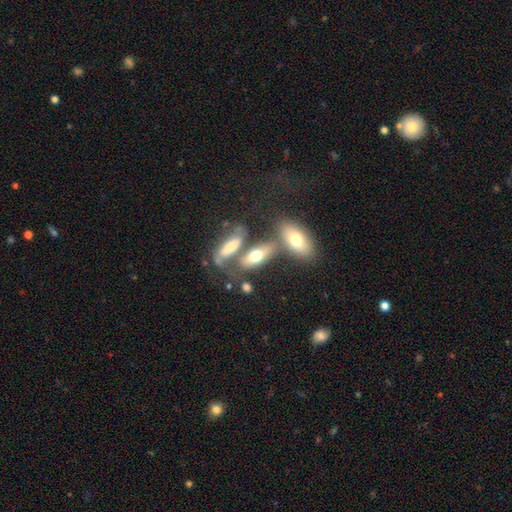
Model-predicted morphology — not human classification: Overall: smooth (60%; featured or disk 31%). How rounded: in between (73%). Merging: none (41%; merger 37%).